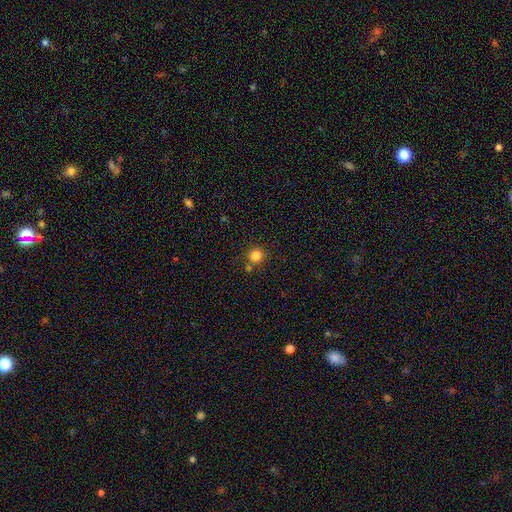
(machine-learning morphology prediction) smooth 83%, star or artifact 13%, featured or disk 5%. Down the decision tree: how rounded — round (92%); merging — none (77%).